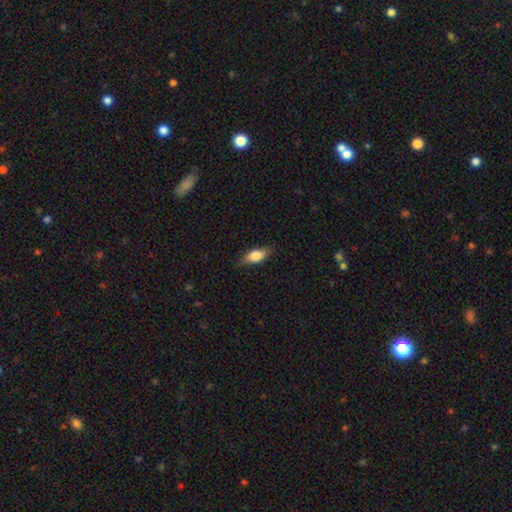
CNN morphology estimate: smooth_or_featured: smooth (p=0.75) [alt: featured or disk p=0.19]
how_rounded: in between (p=0.78) [alt: cigar-shaped p=0.18]
merging: none (p=0.76) [alt: minor disturbance p=0.20]